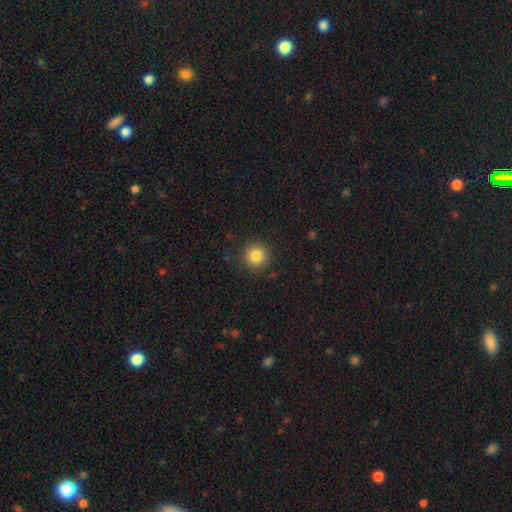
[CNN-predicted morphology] This is clearly a smooth galaxy (84%). How rounded: clearly round (94%). Merging: clearly none (90%).